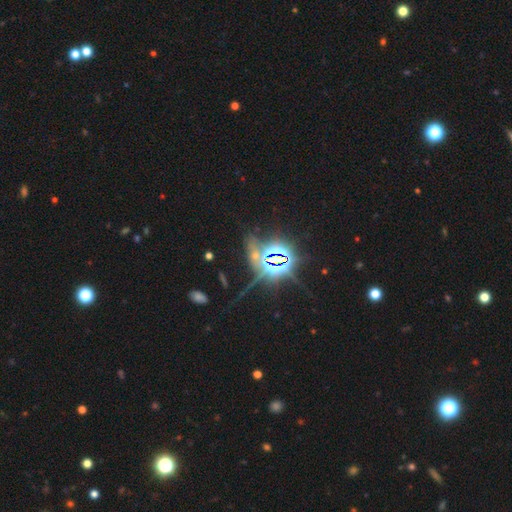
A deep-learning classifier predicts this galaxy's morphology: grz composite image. It shows a star or artifact, not a galaxy (79%).